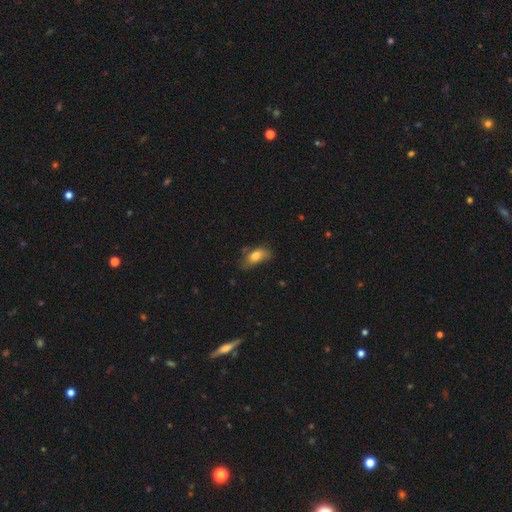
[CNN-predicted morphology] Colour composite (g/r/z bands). It shows a smooth galaxy with no disk features (76%) that is in between round and cigar-shaped (86%). Merging: none (48%).